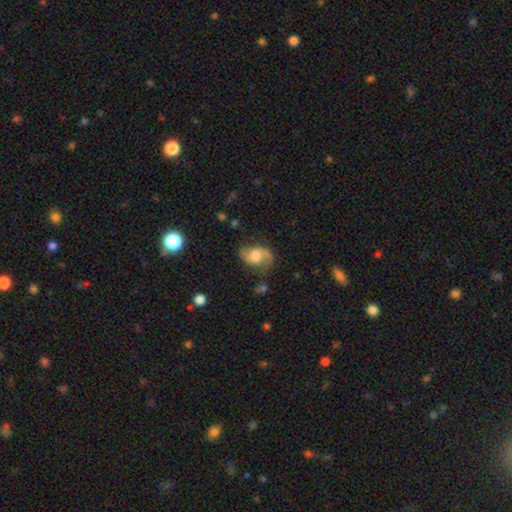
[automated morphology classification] Smooth or featured? featured or disk (72%)
Edge-on disk? no (97%)
Bar? no (60%)
Spiral arms? yes (92%)
Spiral winding? loose (46%)
Spiral arm count? 2 (85%)
Bulge size? moderate (62%)
Merging? none (64%)